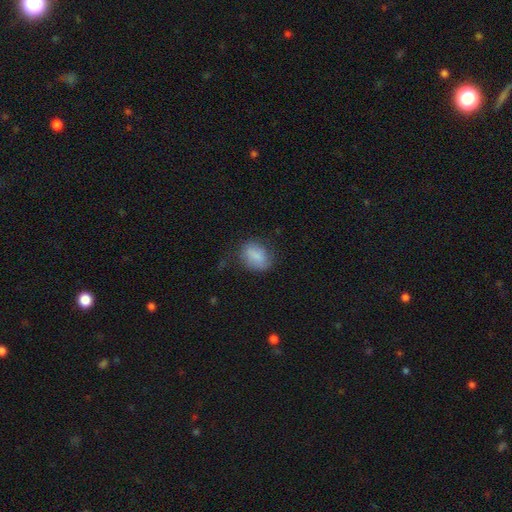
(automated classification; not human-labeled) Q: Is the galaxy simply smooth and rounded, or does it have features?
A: smooth — 82%.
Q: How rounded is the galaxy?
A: in between — 67%.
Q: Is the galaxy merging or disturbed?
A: none — 61%.